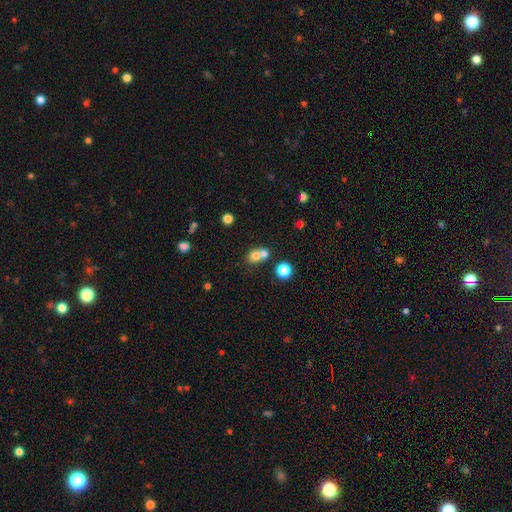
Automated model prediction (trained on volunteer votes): A smooth galaxy with no disk features (73%) that is round (68%).

Vote fractions:
- Smooth or featured? smooth: 73% / star or artifact: 14% / featured or disk: 13%
- How rounded? round: 68% / in between: 30% / cigar-shaped: 1%
- Merging? merger: 50% / none: 40% / minor disturbance: 7% / major disturbance: 3%